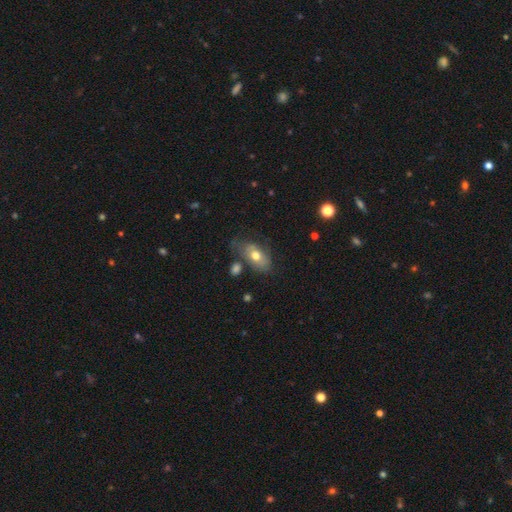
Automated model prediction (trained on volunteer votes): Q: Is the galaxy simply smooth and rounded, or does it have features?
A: smooth — 66%.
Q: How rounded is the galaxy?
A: in between — 89%.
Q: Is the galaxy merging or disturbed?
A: none — 54%.